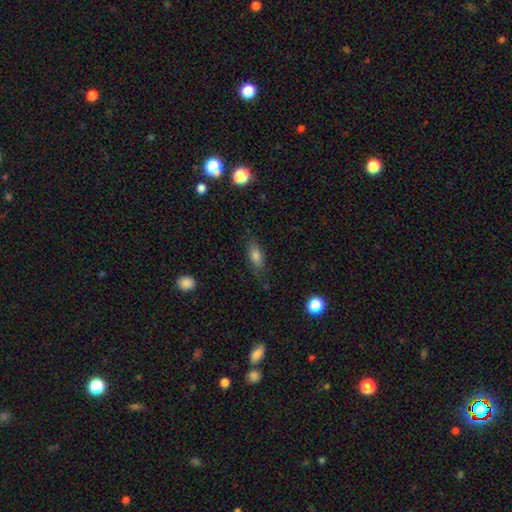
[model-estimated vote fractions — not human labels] smooth_or_featured: smooth (p=0.73) [alt: featured or disk p=0.17]
how_rounded: in between (p=0.69) [alt: cigar-shaped p=0.26]
merging: none (p=0.78) [alt: minor disturbance p=0.16]